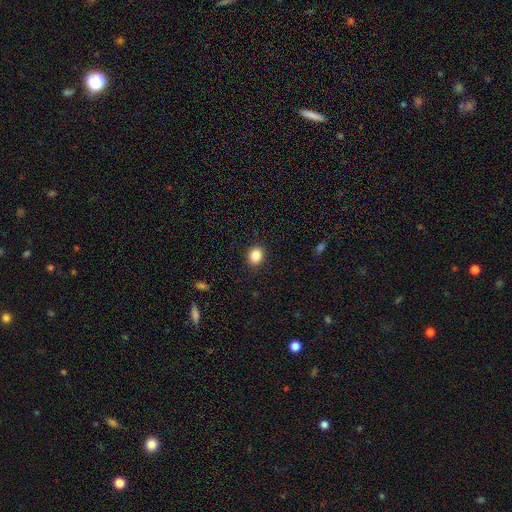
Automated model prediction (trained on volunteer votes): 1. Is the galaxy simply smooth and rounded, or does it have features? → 86% smooth, 10% star or artifact, 5% featured or disk.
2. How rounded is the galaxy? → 56% round, 43% in between, 1% cigar-shaped.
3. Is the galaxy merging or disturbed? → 90% none, 7% minor disturbance, 2% major disturbance, 1% merger.